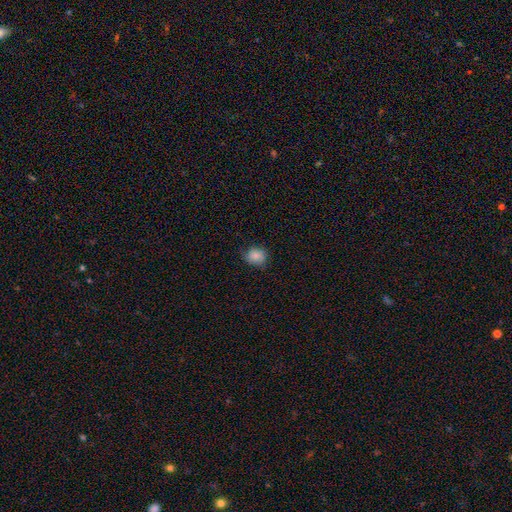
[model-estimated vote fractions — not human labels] This appears to be a smooth galaxy with no disk features (83%) that is round (70%). Merging: none (73%).